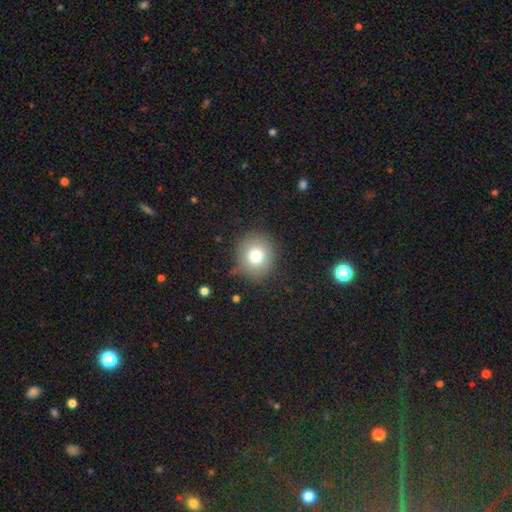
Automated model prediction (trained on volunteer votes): smooth_or_featured: smooth (p=0.76) [alt: featured or disk p=0.12]
how_rounded: round (p=0.84) [alt: in between p=0.15]
merging: none (p=0.81) [alt: minor disturbance p=0.12]